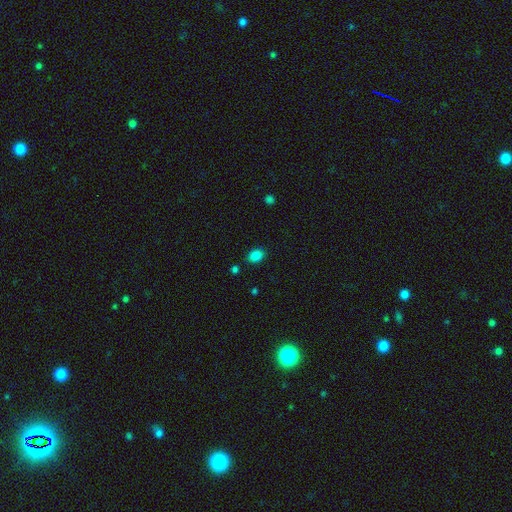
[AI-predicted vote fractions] This is clearly a smooth galaxy (85%). How rounded: likely in between (79%). Merging: clearly none (85%).